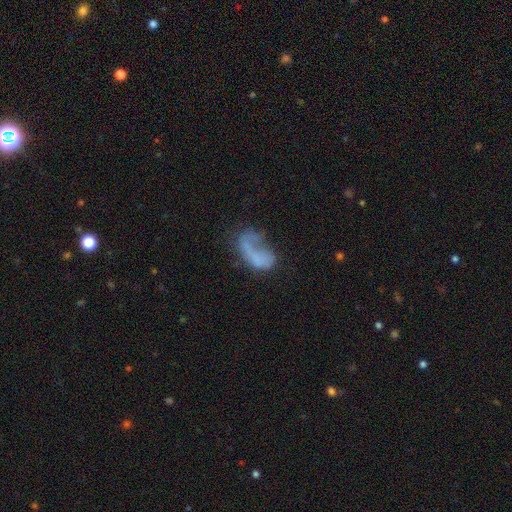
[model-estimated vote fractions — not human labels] Q: Smooth or featured?
A: smooth (44%); runner-up: featured or disk (43%)
Q: Merging?
A: major disturbance (41%); runner-up: none (30%)